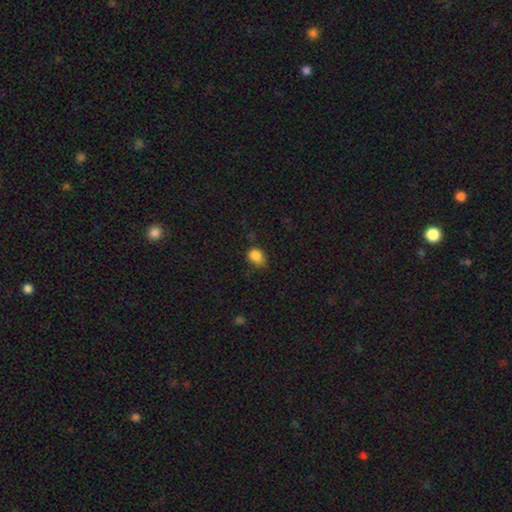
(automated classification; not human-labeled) This appears to be a smooth galaxy with no disk features (86%) that is in between round and cigar-shaped (60%). Merging: none (61%).